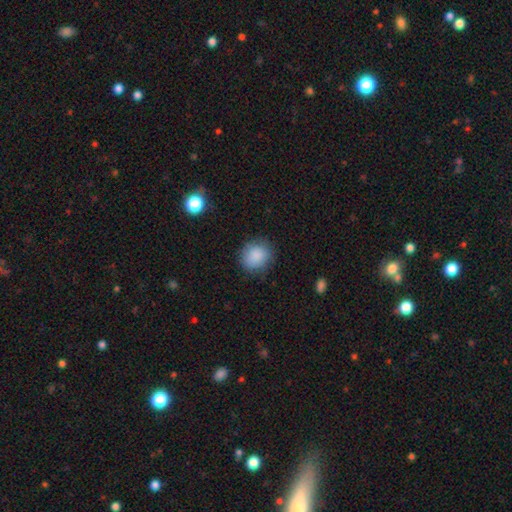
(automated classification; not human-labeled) smooth_or_featured: smooth (p=0.87) [alt: star or artifact p=0.08]
how_rounded: round (p=0.75) [alt: in between p=0.24]
merging: none (p=0.82) [alt: minor disturbance p=0.13]